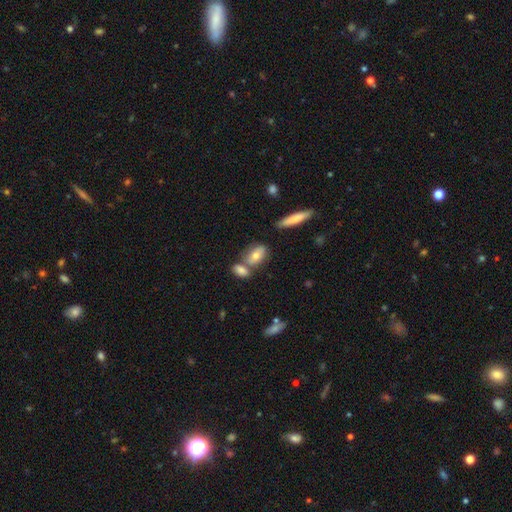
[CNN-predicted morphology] Smooth or featured? smooth (69%)
How rounded? in between (80%)
Merging? none (54%)